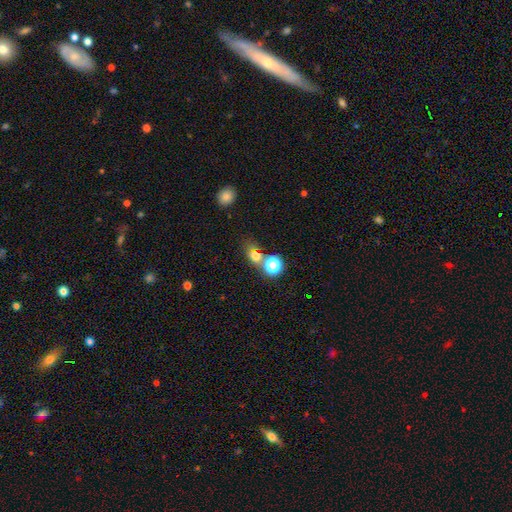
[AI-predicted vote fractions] A smooth galaxy with no disk features (64%) that is round (49%).

Vote fractions:
- Smooth or featured? smooth: 64% / star or artifact: 25% / featured or disk: 10%
- How rounded? round: 49% / in between: 48% / cigar-shaped: 3%
- Merging? none: 54% / merger: 29% / minor disturbance: 11% / major disturbance: 6%